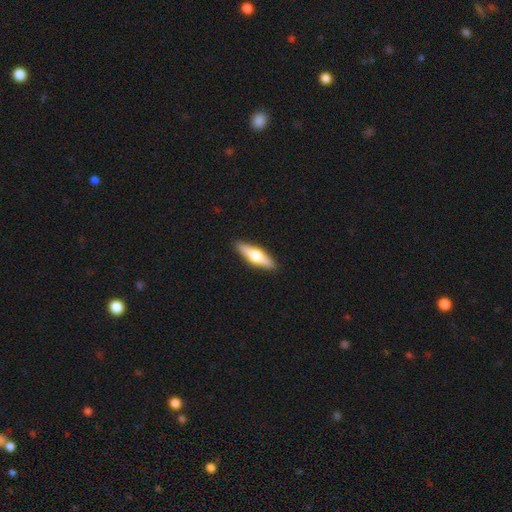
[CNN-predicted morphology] Q: Smooth or featured?
A: featured or disk (51%); runner-up: smooth (44%)
Q: Edge-on disk?
A: yes (95%); runner-up: no (5%)
Q: Merging?
A: none (91%); runner-up: minor disturbance (6%)